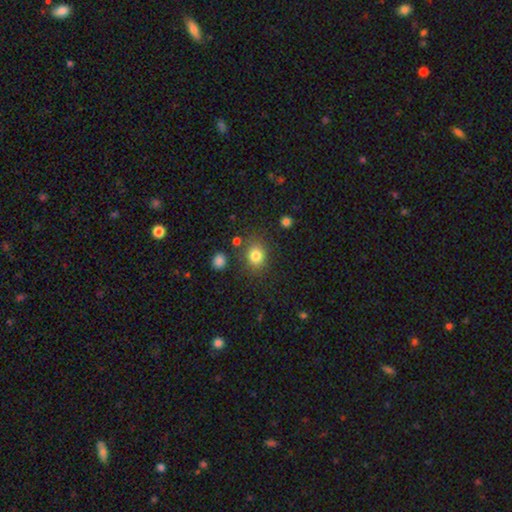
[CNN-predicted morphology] Smooth or featured? smooth (81%)
How rounded? round (60%)
Merging? none (79%)